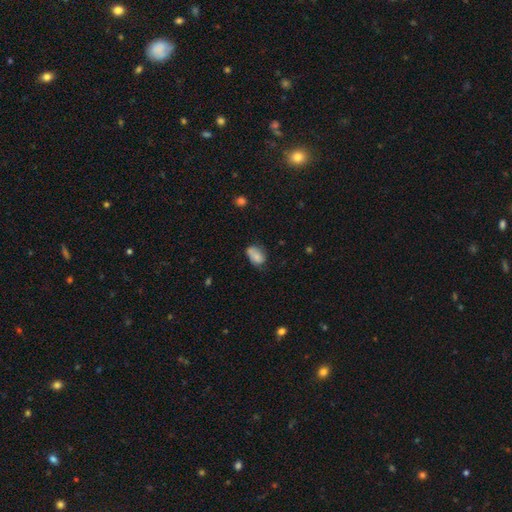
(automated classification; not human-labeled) Smooth or featured: smooth — 76% (featured or disk — 16%)
How rounded: in between — 83% (round — 15%)
Merging: none — 48% (minor disturbance — 35%)